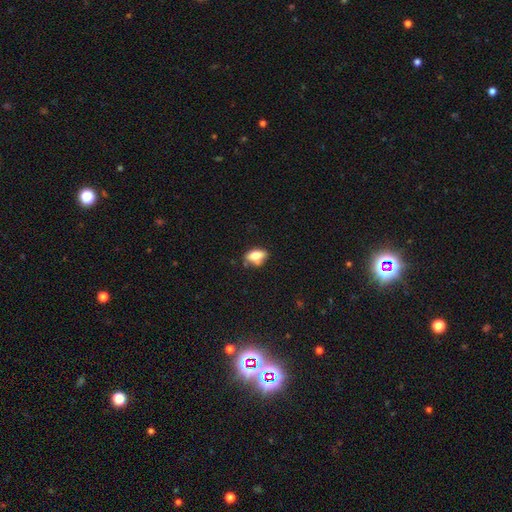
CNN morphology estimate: Smooth or featured? smooth (72%)
How rounded? in between (83%)
Merging? none (57%)